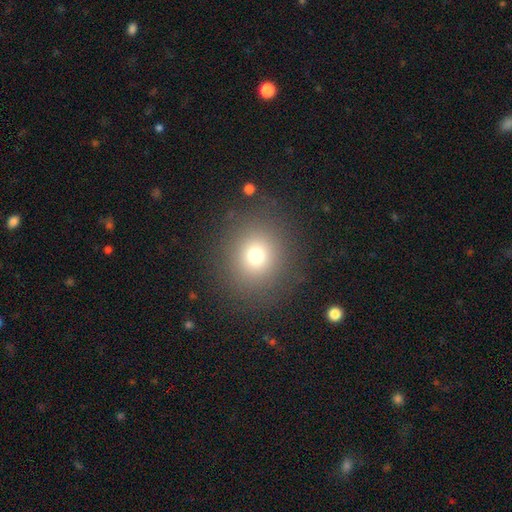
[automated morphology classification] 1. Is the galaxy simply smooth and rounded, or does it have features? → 72% smooth, 18% star or artifact, 11% featured or disk.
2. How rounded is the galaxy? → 85% round, 14% in between, 1% cigar-shaped.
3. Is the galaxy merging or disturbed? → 84% none, 8% minor disturbance, 6% major disturbance, 1% merger.